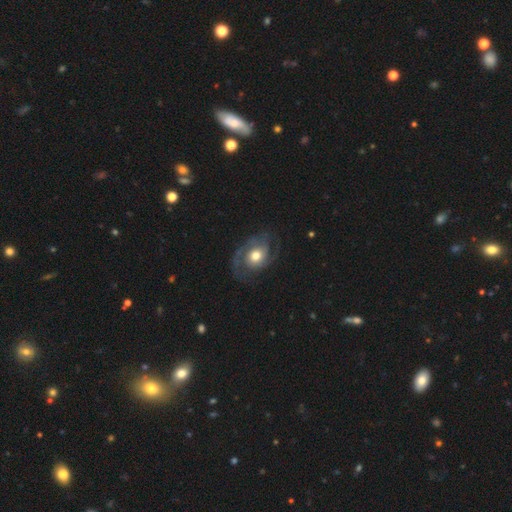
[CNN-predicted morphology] This is clearly a featured or disk galaxy (80%). It is clearly not viewed edge-on (97%). Bar: likely no (78%). Spiral arm pattern: clearly yes (93%). Spiral arm count: possibly 2 (58%). Spiral winding: possibly medium (46%). Central bulge: likely moderate (67%). Merging: likely none (69%).